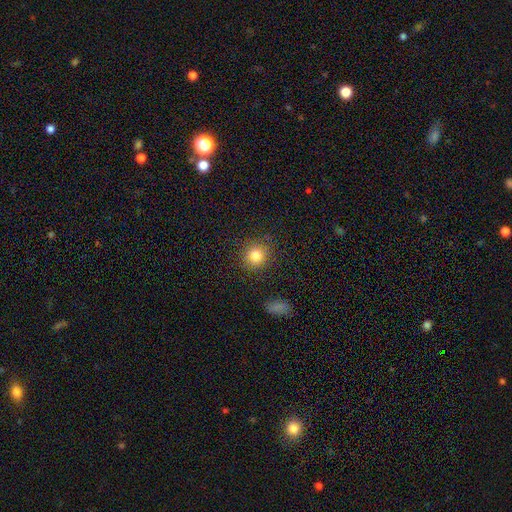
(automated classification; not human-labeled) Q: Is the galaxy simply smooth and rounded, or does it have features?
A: smooth — 83%.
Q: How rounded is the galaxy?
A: round — 89%.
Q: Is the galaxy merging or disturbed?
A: none — 87%.